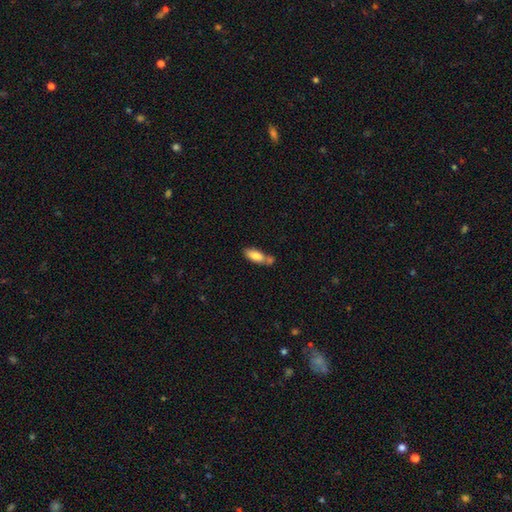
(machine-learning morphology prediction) Q: Smooth or featured?
A: smooth (82%); runner-up: featured or disk (11%)
Q: How rounded?
A: in between (78%); runner-up: cigar-shaped (19%)
Q: Merging?
A: none (43%); runner-up: merger (35%)